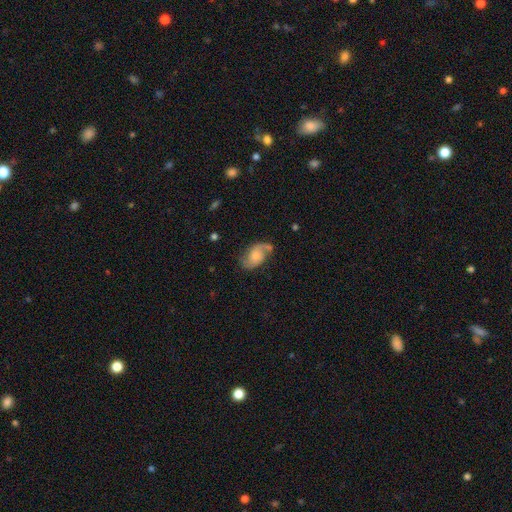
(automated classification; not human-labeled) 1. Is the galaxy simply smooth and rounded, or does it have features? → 68% featured or disk, 24% smooth, 8% star or artifact.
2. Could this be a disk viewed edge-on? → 97% no, 3% yes.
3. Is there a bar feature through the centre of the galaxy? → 65% no, 30% weak, 5% strong.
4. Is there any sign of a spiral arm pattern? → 93% yes, 7% no.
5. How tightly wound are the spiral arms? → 43% loose, 41% medium, 15% tight.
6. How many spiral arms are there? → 83% 2, 10% 1, 5% can't tell, 1% 3, 1% 4, 1% more than 4.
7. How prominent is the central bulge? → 31% small, 28% moderate, 23% none, 15% large, 3% dominant.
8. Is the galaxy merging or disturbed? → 60% none, 23% minor disturbance, 12% major disturbance, 5% merger.